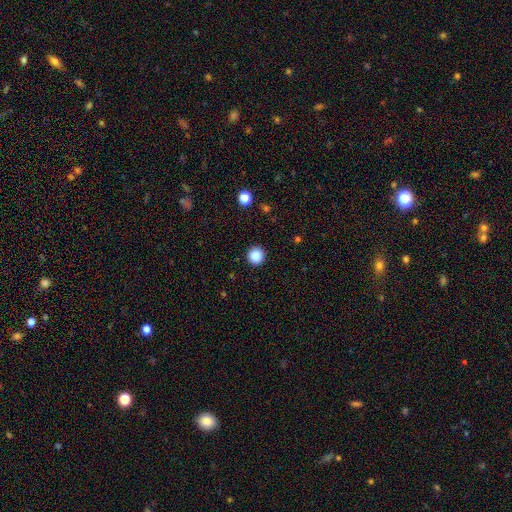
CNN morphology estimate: This is clearly a smooth galaxy (88%). How rounded: clearly round (95%). Merging: clearly none (92%).